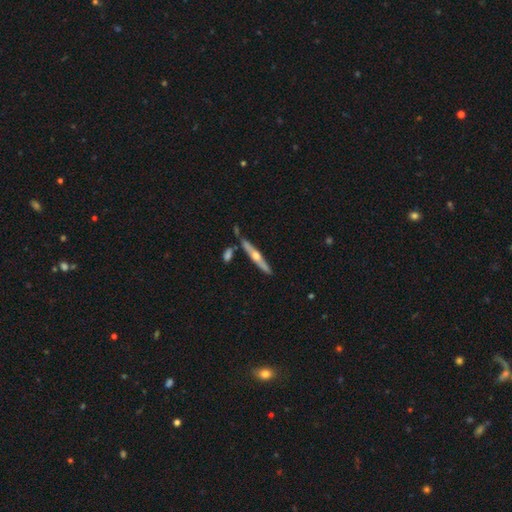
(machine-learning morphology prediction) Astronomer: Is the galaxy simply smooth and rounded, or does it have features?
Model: featured or disk — 67%.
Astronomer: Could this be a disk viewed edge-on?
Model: yes — 95%.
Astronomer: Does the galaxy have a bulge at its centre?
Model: rounded — 90%.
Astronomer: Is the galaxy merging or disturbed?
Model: none — 81%.